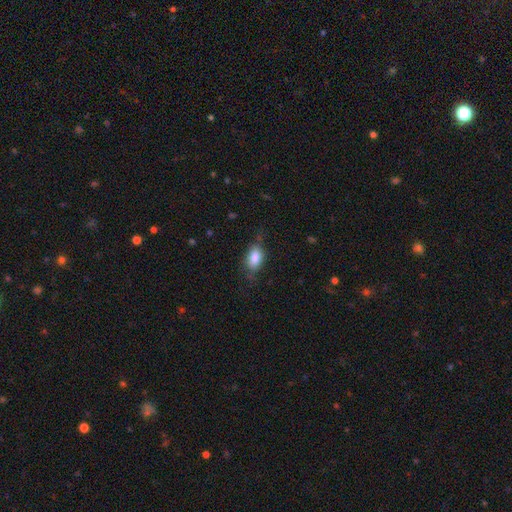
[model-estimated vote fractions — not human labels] Smooth or featured: smooth — 81% (featured or disk — 11%)
How rounded: in between — 87% (round — 8%)
Merging: none — 65% (minor disturbance — 25%)